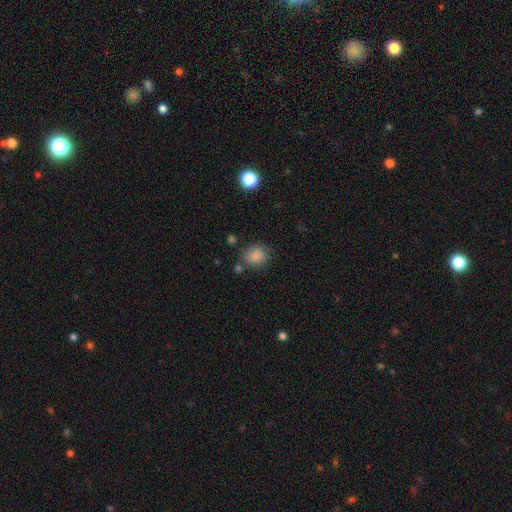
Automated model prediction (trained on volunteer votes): This is clearly a smooth galaxy (84%). How rounded: likely round (61%). Merging: likely none (71%).